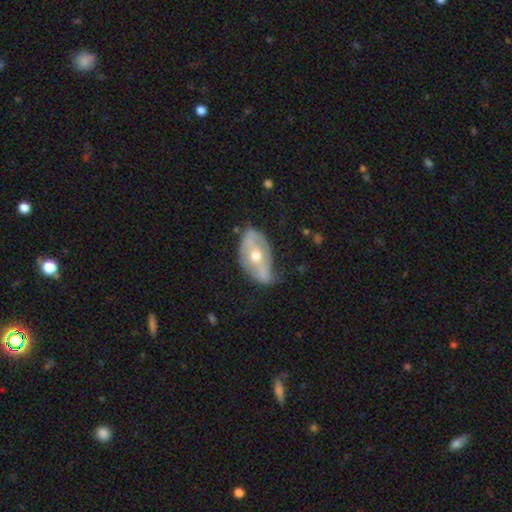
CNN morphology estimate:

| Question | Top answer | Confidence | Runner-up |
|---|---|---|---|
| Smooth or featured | featured or disk | 62% | smooth (31%) |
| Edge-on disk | no | 89% | yes (11%) |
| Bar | no | 54% | weak (25%) |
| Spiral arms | no | 62% | yes (38%) |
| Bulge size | moderate | 75% | small (18%) |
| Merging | none | 43% | minor disturbance (37%) |